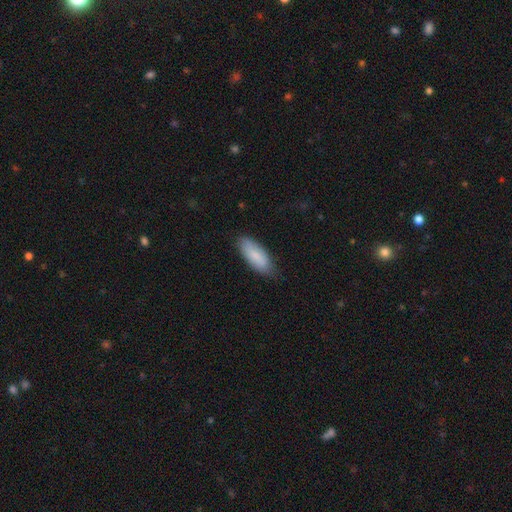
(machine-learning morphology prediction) Smooth or featured? smooth (84%)
How rounded? in between (78%)
Merging? none (79%)